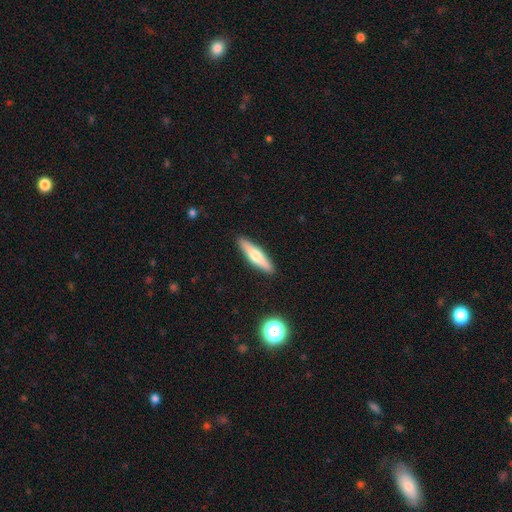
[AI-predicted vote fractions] This is possibly a smooth galaxy (52%). How rounded: likely cigar-shaped (79%). Merging: clearly none (90%).